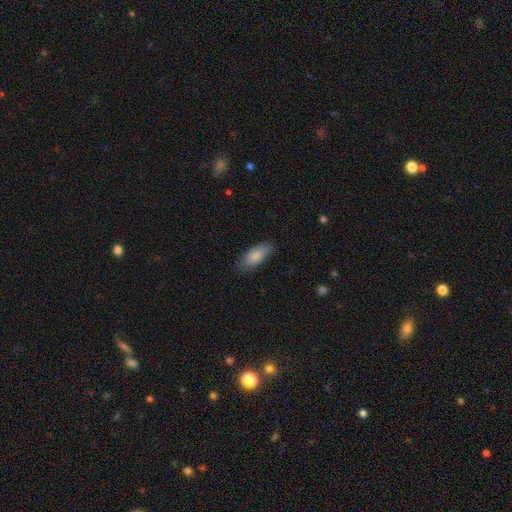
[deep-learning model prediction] Smooth or featured? smooth (85%)
How rounded? in between (80%)
Merging? none (77%)